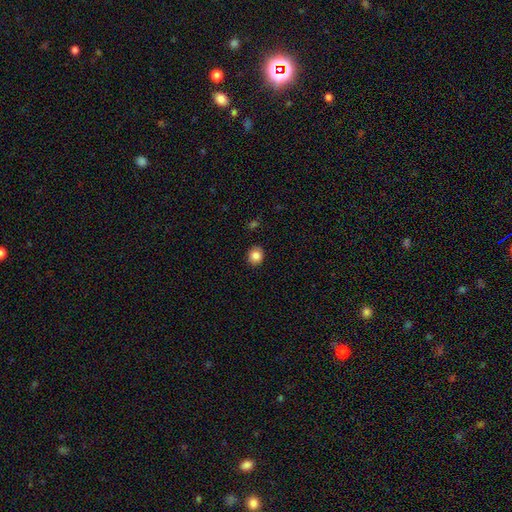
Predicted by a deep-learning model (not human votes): This is clearly a smooth galaxy (85%). How rounded: likely round (77%). Merging: clearly none (90%).